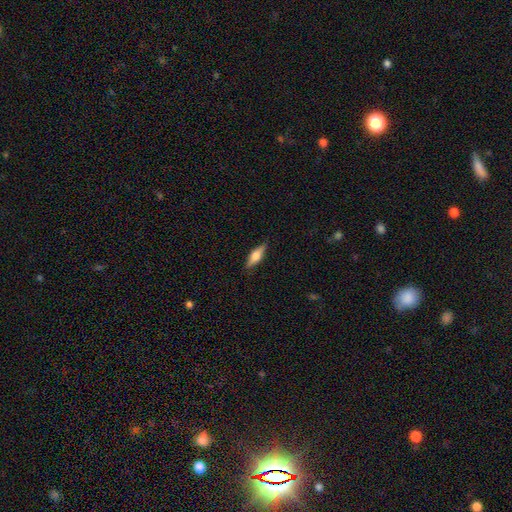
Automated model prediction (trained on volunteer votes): Smooth or featured?
  - smooth: 49% *
  - featured or disk: 44%
  - star or artifact: 7%
Merging?
  - none: 86% *
  - minor disturbance: 10%
  - major disturbance: 2%
  - merger: 1%